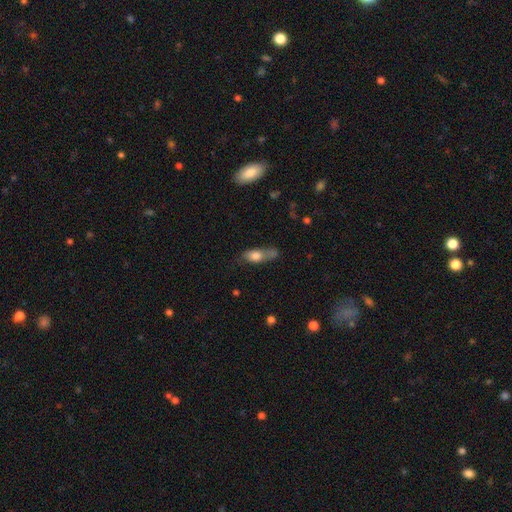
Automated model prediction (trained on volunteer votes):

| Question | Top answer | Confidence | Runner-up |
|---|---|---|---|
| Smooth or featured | smooth | 70% | featured or disk (21%) |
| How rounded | in between | 66% | cigar-shaped (25%) |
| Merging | none | 37% | minor disturbance (27%) |